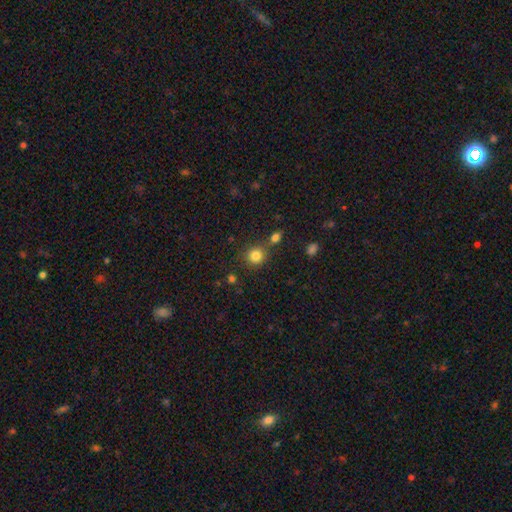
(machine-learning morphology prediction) Smooth or featured?
  - smooth: 82% *
  - star or artifact: 12%
  - featured or disk: 6%
How rounded?
  - round: 89% *
  - in between: 10%
  - cigar-shaped: 1%
Merging?
  - none: 74% *
  - merger: 13%
  - minor disturbance: 9%
  - major disturbance: 4%